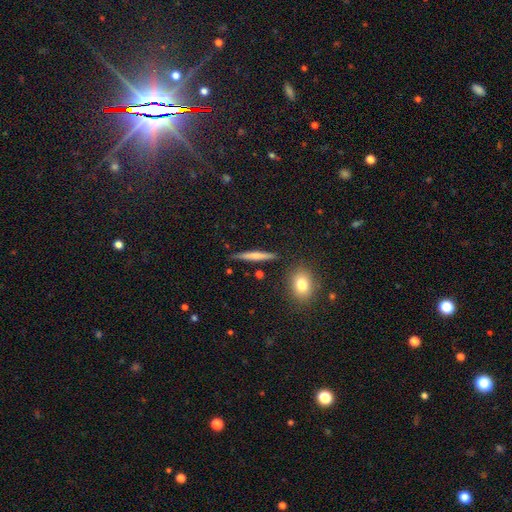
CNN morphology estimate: This appears to be a smooth galaxy with no disk features (54%) that is cigar-shaped (91%). Merging: none (85%).